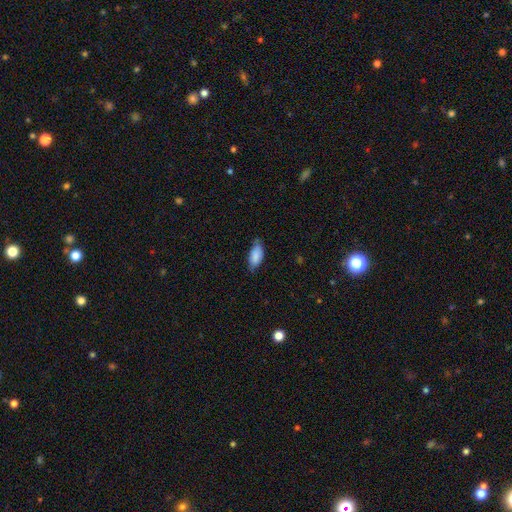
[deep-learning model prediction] Smooth or featured?
  - smooth: 83% *
  - featured or disk: 10%
  - star or artifact: 7%
How rounded?
  - in between: 90% *
  - cigar-shaped: 8%
  - round: 2%
Merging?
  - none: 63% *
  - minor disturbance: 30%
  - major disturbance: 5%
  - merger: 1%